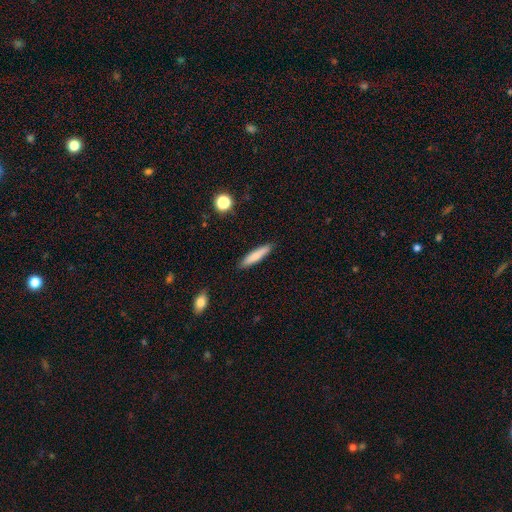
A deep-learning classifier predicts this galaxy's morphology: Smooth or featured?
  - smooth: 77% *
  - featured or disk: 17%
  - star or artifact: 7%
How rounded?
  - cigar-shaped: 84% *
  - in between: 14%
  - round: 1%
Merging?
  - none: 89% *
  - minor disturbance: 8%
  - major disturbance: 2%
  - merger: 1%